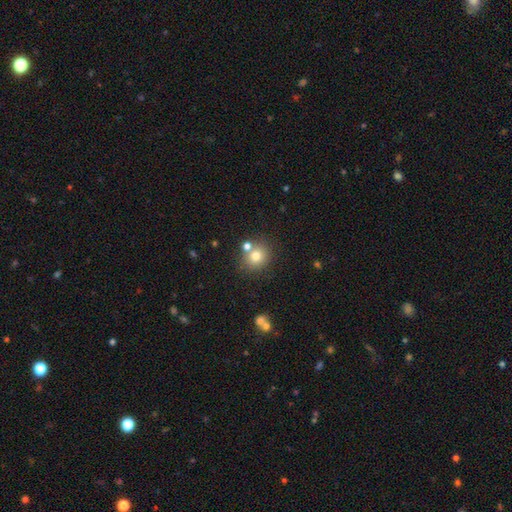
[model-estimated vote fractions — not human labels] Smooth or featured? Predicted: smooth (p=0.76). How rounded? Predicted: round (p=0.83). Merging? Predicted: none (p=0.68).